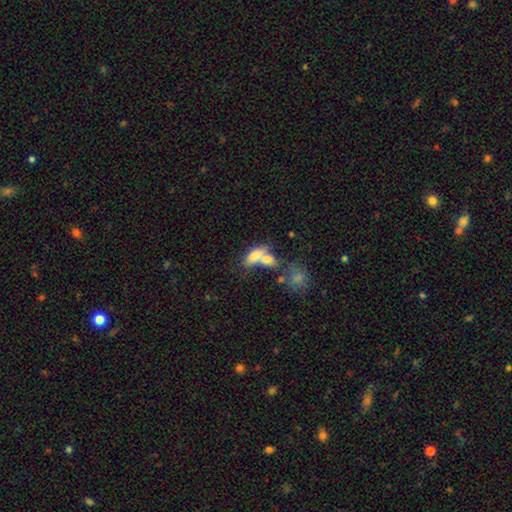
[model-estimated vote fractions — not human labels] A smooth galaxy with no disk features (73%) that is in between round and cigar-shaped (82%).

Vote fractions:
- Smooth or featured? smooth: 73% / featured or disk: 18% / star or artifact: 9%
- How rounded? in between: 82% / cigar-shaped: 11% / round: 7%
- Merging? merger: 63% / none: 22% / minor disturbance: 9% / major disturbance: 7%